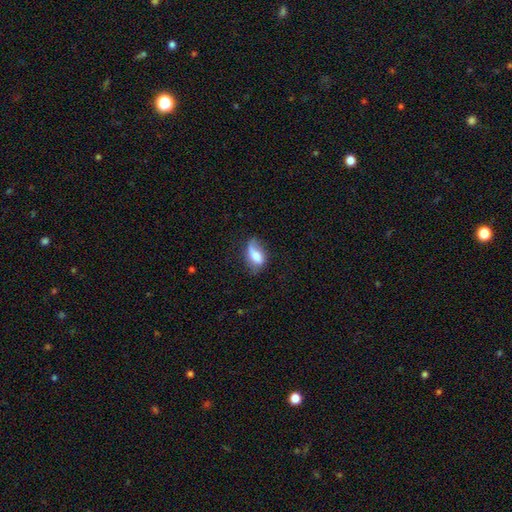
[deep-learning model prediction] Smooth or featured? Predicted: smooth (p=0.58). How rounded? Predicted: in between (p=0.87). Merging? Predicted: none (p=0.44).